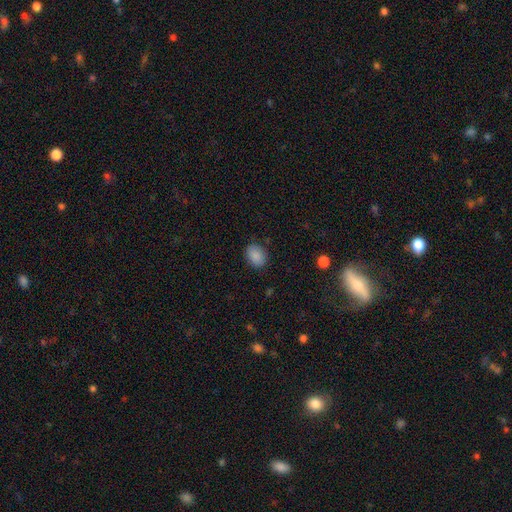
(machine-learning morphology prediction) Smooth or featured: smooth — 88% (star or artifact — 8%)
How rounded: in between — 65% (round — 34%)
Merging: none — 85% (minor disturbance — 11%)